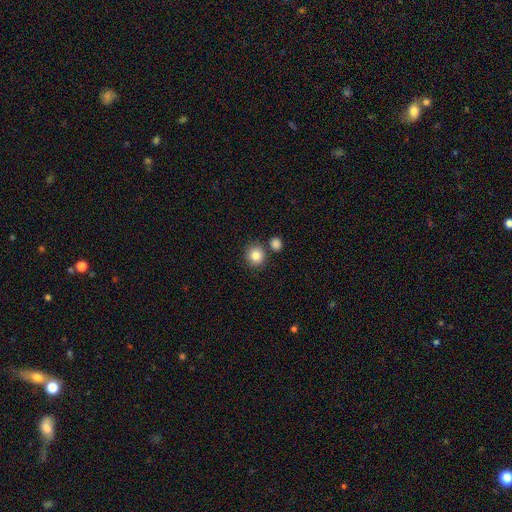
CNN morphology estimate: Overall: smooth (85%). How rounded: round (88%). Merging: none (77%).